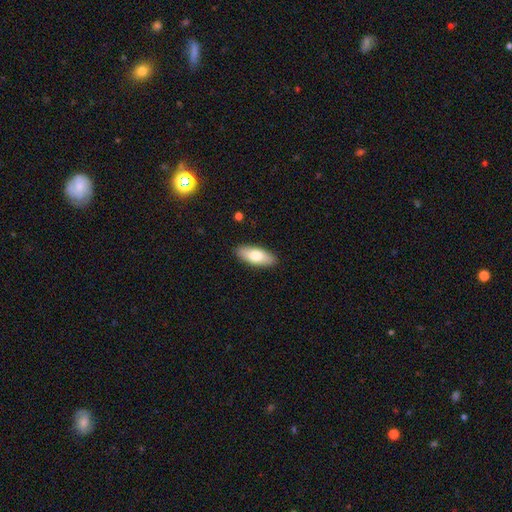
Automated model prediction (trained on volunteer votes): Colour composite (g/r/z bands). It shows a smooth galaxy with no disk features (75%) that is in between round and cigar-shaped (80%). Merging: none (89%).